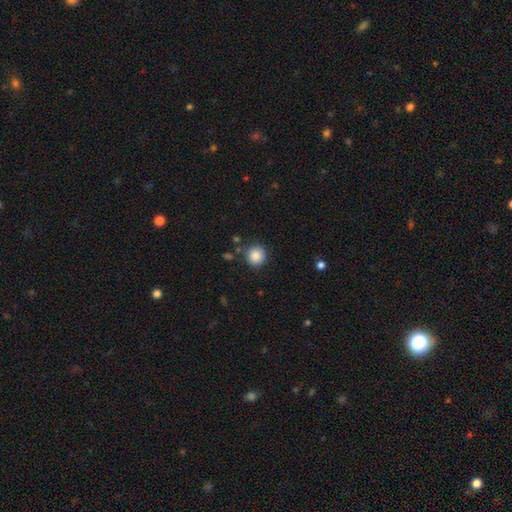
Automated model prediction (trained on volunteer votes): Smooth or featured?
  - smooth: 87% *
  - star or artifact: 9%
  - featured or disk: 4%
How rounded?
  - round: 92% *
  - in between: 7%
  - cigar-shaped: 1%
Merging?
  - none: 85% *
  - minor disturbance: 9%
  - merger: 3%
  - major disturbance: 3%